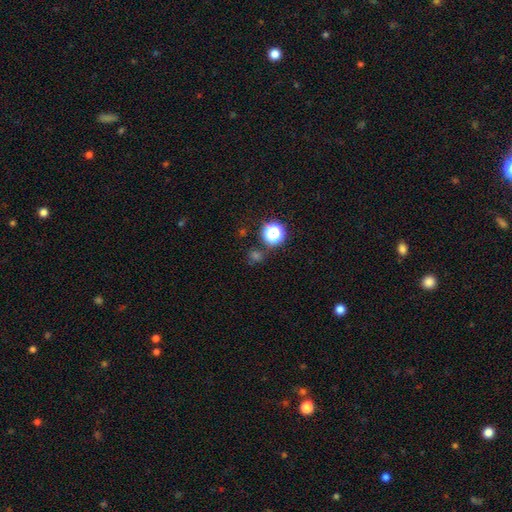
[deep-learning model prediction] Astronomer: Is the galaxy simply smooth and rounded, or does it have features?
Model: star or artifact — 47% (runner-up: smooth, 46%).